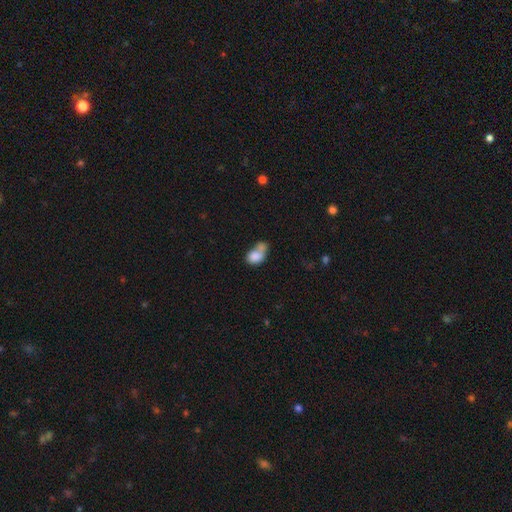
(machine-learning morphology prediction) Smooth or featured? Predicted: smooth (p=0.80). How rounded? Predicted: in between (p=0.70). Merging? Predicted: merger (p=0.56).